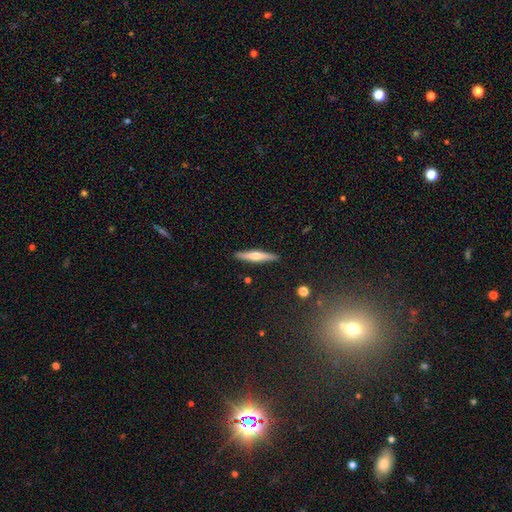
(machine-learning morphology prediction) A smooth galaxy with no disk features (49%).

Vote fractions:
- Smooth or featured? smooth: 49% / featured or disk: 45% / star or artifact: 6%
- Merging? none: 89% / minor disturbance: 8% / major disturbance: 2% / merger: 1%